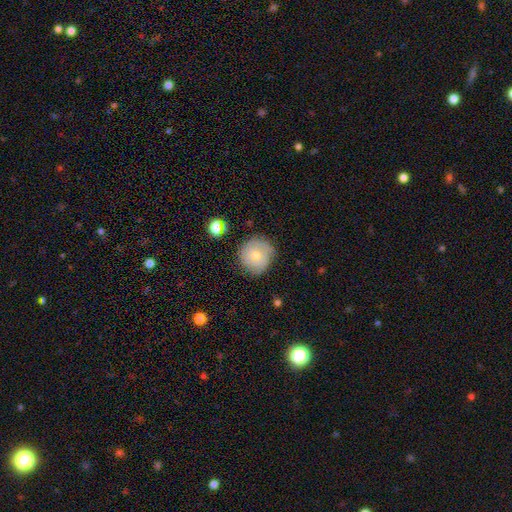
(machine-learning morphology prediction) Smooth or featured? smooth (63%)
How rounded? round (92%)
Merging? none (73%)